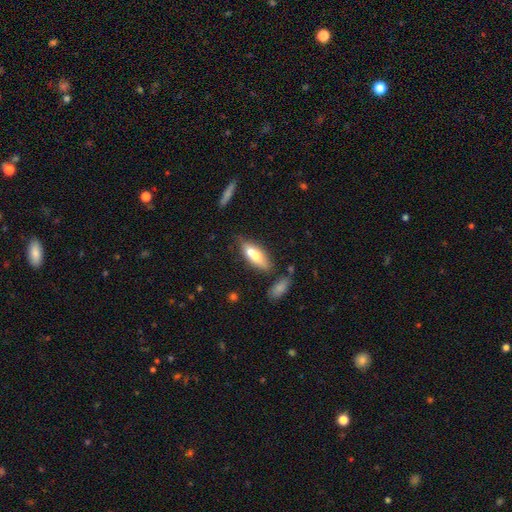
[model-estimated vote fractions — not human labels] This is likely a smooth galaxy (65%). How rounded: likely in between (68%). Merging: marginally none (43%).